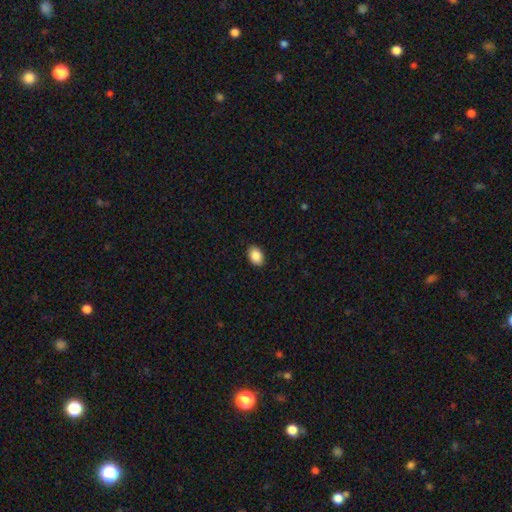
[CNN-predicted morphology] Smooth or featured?
  - smooth: 89% *
  - star or artifact: 7%
  - featured or disk: 4%
How rounded?
  - in between: 84% *
  - round: 14%
  - cigar-shaped: 1%
Merging?
  - none: 89% *
  - minor disturbance: 8%
  - major disturbance: 2%
  - merger: 1%